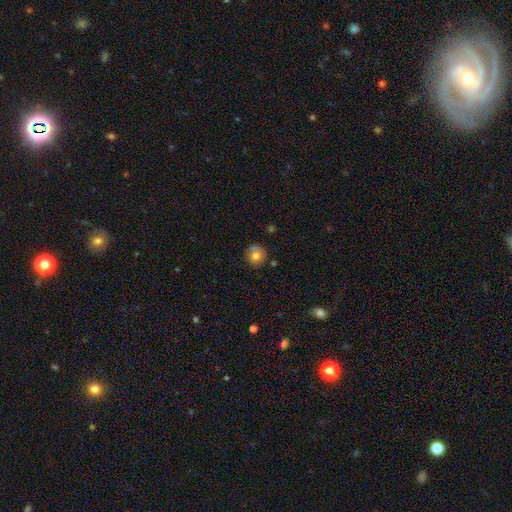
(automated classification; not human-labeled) A smooth galaxy with no disk features (75%) that is round (90%).

Vote fractions:
- Smooth or featured? smooth: 75% / featured or disk: 15% / star or artifact: 9%
- How rounded? round: 90% / in between: 9% / cigar-shaped: 1%
- Merging? none: 73% / minor disturbance: 18% / merger: 5% / major disturbance: 4%